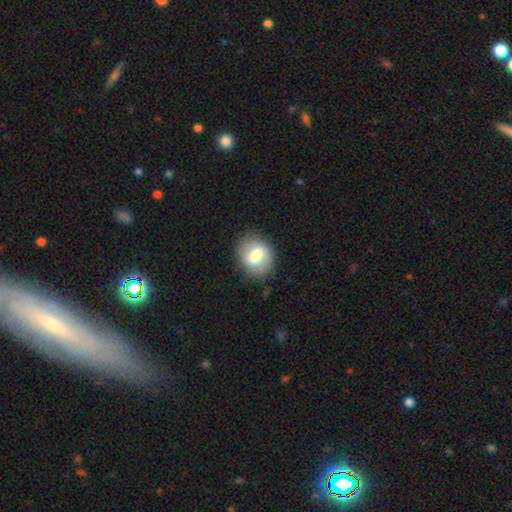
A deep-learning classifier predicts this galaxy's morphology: Q: Smooth or featured?
A: smooth (62%); runner-up: featured or disk (31%)
Q: How rounded?
A: round (51%); runner-up: in between (47%)
Q: Merging?
A: none (79%); runner-up: minor disturbance (14%)